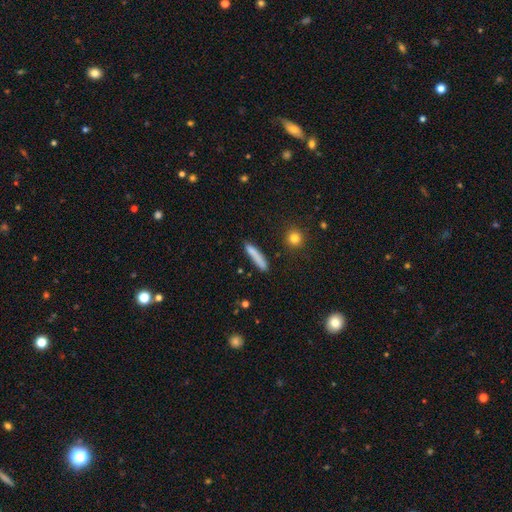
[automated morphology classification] smooth 79%, featured or disk 13%, star or artifact 8%. Down the decision tree: how rounded — cigar-shaped (92%); merging — none (82%).